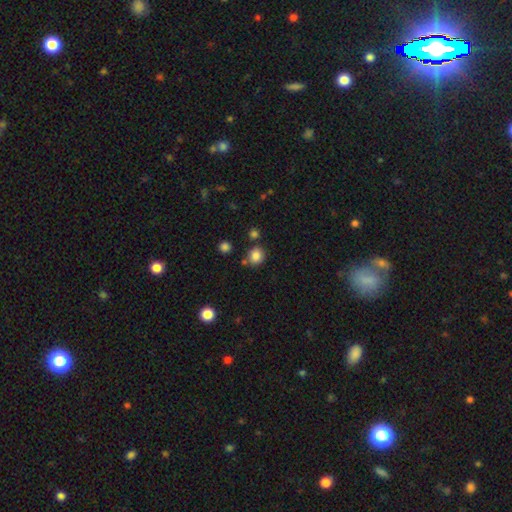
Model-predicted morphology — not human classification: Q: Smooth or featured?
A: smooth (84%); runner-up: star or artifact (12%)
Q: How rounded?
A: round (81%); runner-up: in between (18%)
Q: Merging?
A: none (76%); runner-up: minor disturbance (11%)